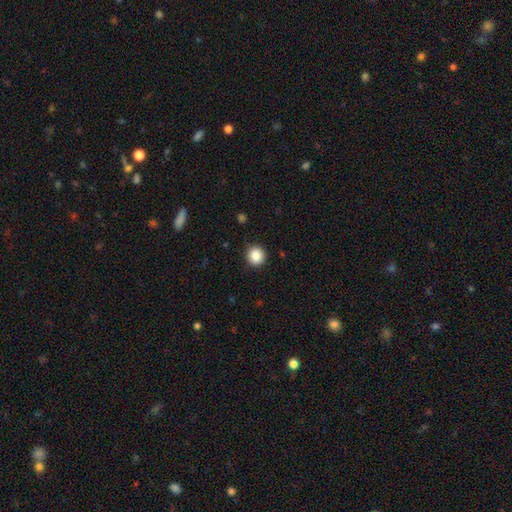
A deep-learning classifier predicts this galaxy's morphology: Smooth or featured?
  - smooth: 86% *
  - star or artifact: 10%
  - featured or disk: 4%
How rounded?
  - round: 92% *
  - in between: 7%
  - cigar-shaped: 1%
Merging?
  - none: 90% *
  - minor disturbance: 7%
  - major disturbance: 2%
  - merger: 1%